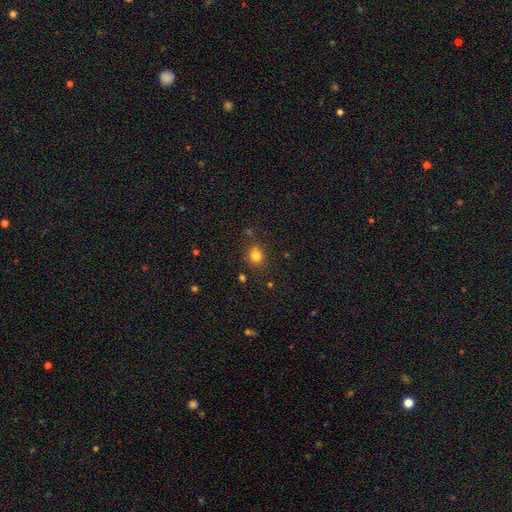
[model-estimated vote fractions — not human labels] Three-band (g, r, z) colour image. It shows a smooth galaxy with no disk features (81%) that is round (74%). Merging: none (82%).